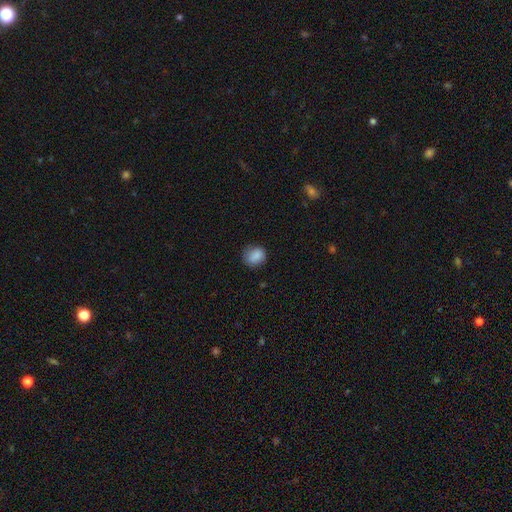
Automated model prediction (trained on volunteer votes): Morphology: type=smooth (87%); roundness=round (68%); merging=none (76%).